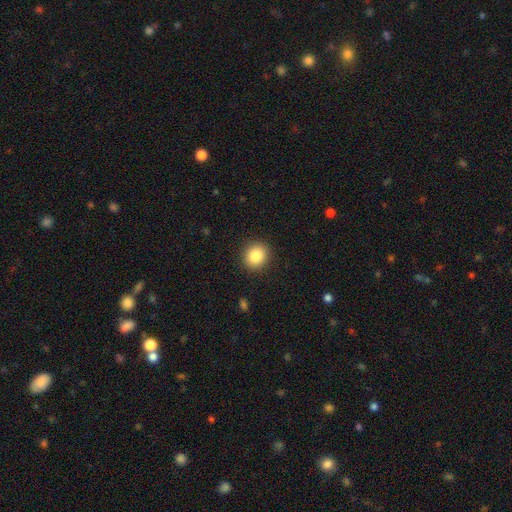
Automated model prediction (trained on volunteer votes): Smooth or featured: smooth — 85% (star or artifact — 9%)
How rounded: round — 80% (in between — 19%)
Merging: none — 90% (minor disturbance — 7%)